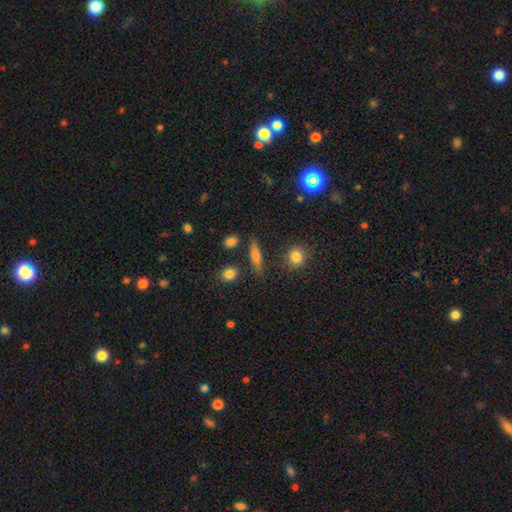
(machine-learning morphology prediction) Q: Smooth or featured?
A: smooth (71%); runner-up: featured or disk (19%)
Q: How rounded?
A: cigar-shaped (59%); runner-up: in between (34%)
Q: Merging?
A: none (82%); runner-up: minor disturbance (11%)